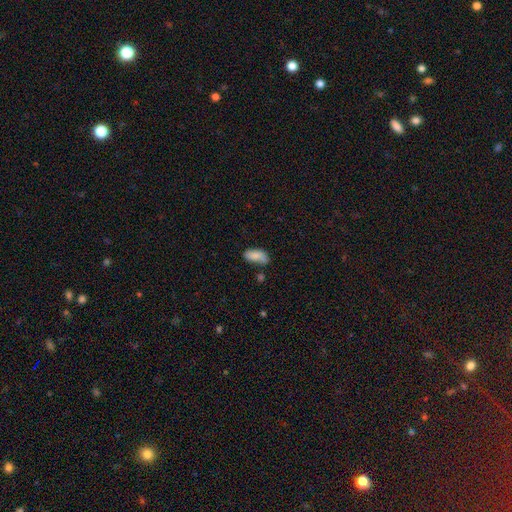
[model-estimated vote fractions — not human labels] Smooth or featured: smooth — 81% (featured or disk — 10%)
How rounded: in between — 90% (cigar-shaped — 8%)
Merging: none — 49% (minor disturbance — 29%)